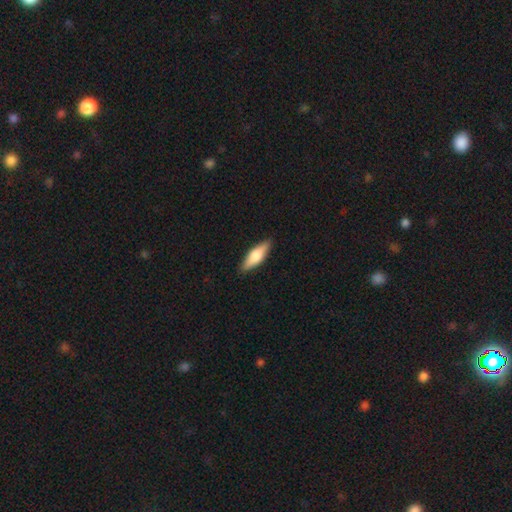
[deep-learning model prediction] The model was most divided on "how rounded": in between: 54%, cigar-shaped: 44%, round: 2%. More confident: merging — none (88%); smooth or featured — smooth (66%).